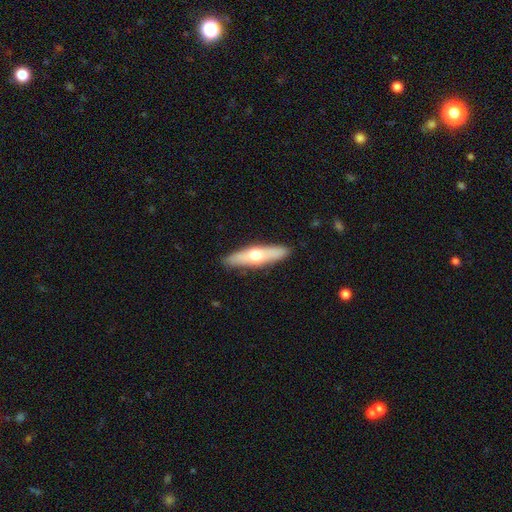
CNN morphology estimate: smooth_or_featured: featured or disk (p=0.48) [alt: smooth p=0.47]
merging: none (p=0.89) [alt: minor disturbance p=0.08]